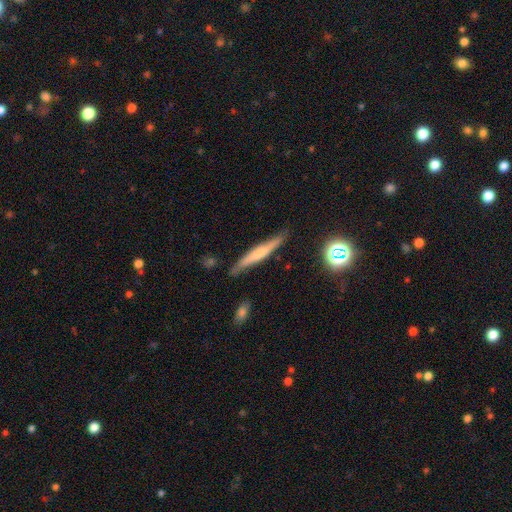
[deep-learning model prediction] Morphology: type=featured or disk (49%); merging=none (84%).